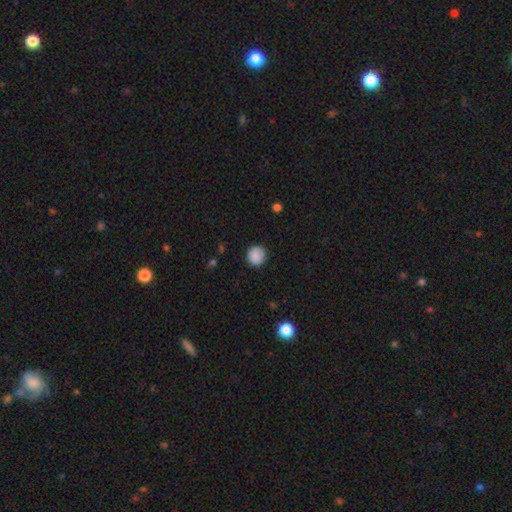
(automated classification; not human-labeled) This appears to be a smooth galaxy with no disk features (88%) that is round (91%). Merging: none (88%).